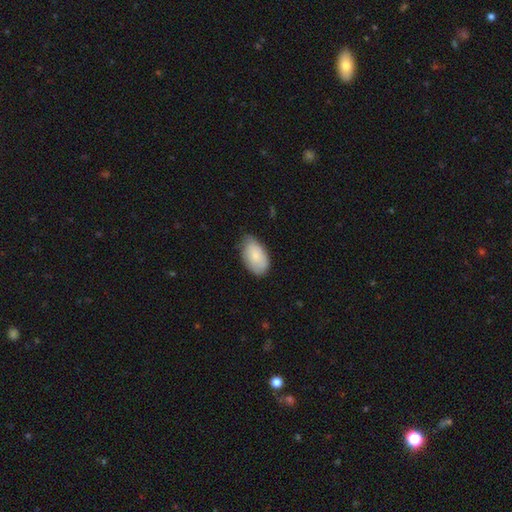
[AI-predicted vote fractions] The model was most divided on "merging": none: 63%, minor disturbance: 31%, major disturbance: 5%, merger: 1%. More confident: how rounded — in between (93%); smooth or featured — smooth (80%).